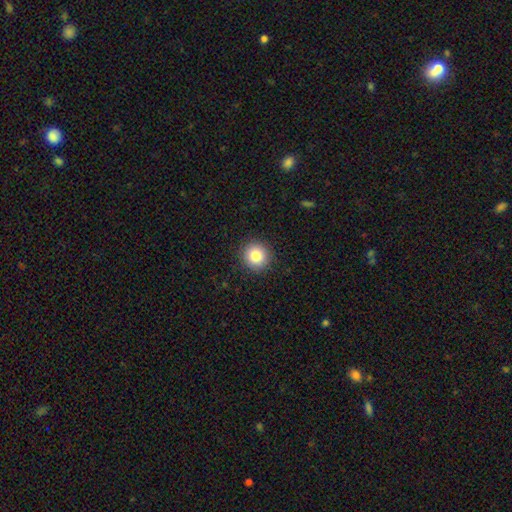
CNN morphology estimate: Smooth or featured? smooth (84%)
How rounded? round (92%)
Merging? none (91%)